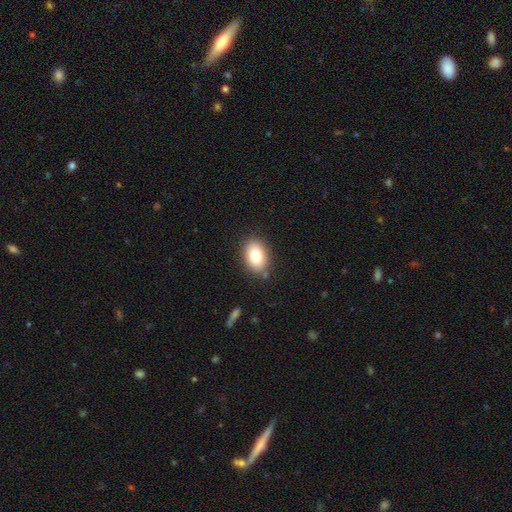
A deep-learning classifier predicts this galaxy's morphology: A smooth galaxy with no disk features (84%) that is in between round and cigar-shaped (85%).

Vote fractions:
- Smooth or featured? smooth: 84% / featured or disk: 9% / star or artifact: 8%
- How rounded? in between: 85% / round: 14% / cigar-shaped: 1%
- Merging? none: 84% / minor disturbance: 11% / major disturbance: 3% / merger: 2%